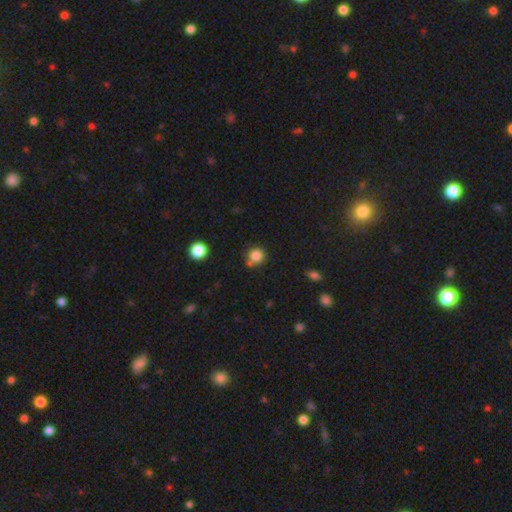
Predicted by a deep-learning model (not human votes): A smooth galaxy with no disk features (83%) that is round (89%). Merging: none (70%).